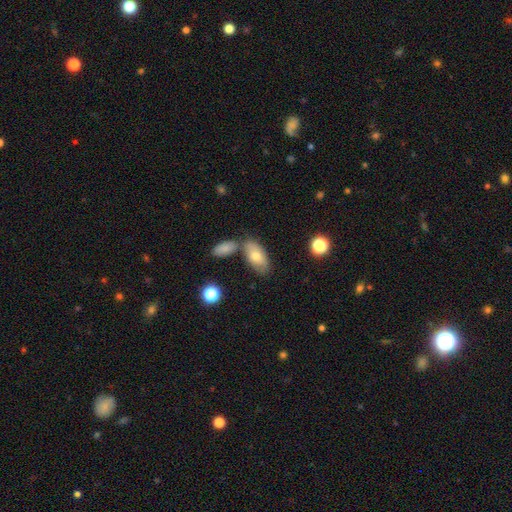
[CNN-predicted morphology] A smooth galaxy with no disk features (72%) that is in between round and cigar-shaped (90%).

Vote fractions:
- Smooth or featured? smooth: 72% / featured or disk: 21% / star or artifact: 7%
- How rounded? in between: 90% / cigar-shaped: 6% / round: 4%
- Merging? none: 62% / merger: 21% / minor disturbance: 13% / major disturbance: 4%